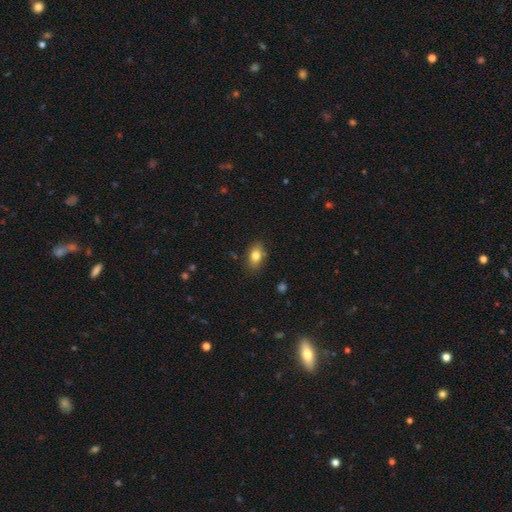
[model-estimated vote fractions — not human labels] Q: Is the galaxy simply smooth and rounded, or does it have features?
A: smooth — 81%.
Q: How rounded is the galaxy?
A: in between — 85%.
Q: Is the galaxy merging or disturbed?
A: none — 84%.